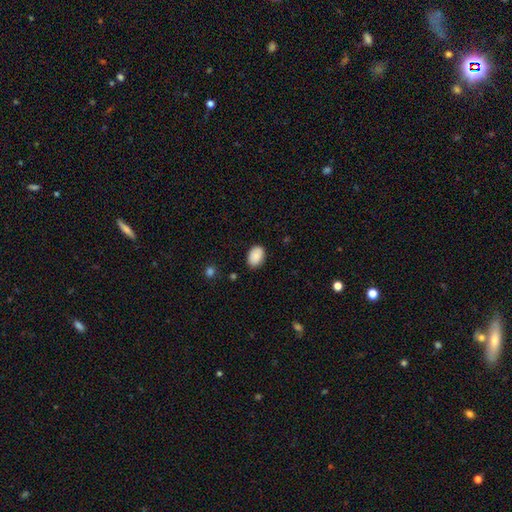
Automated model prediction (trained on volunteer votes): smooth 90%, star or artifact 7%, featured or disk 4%. Down the decision tree: how rounded — in between (84%); merging — none (84%).